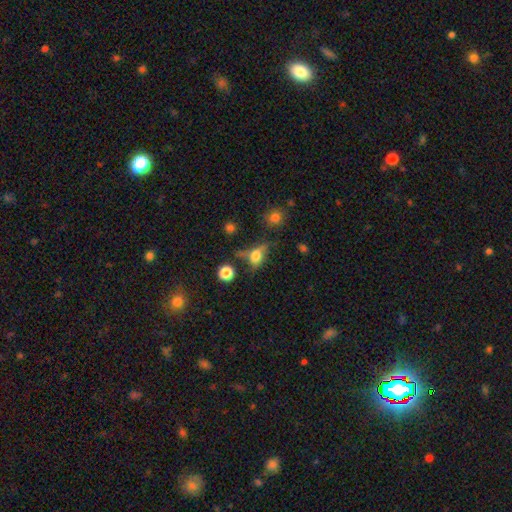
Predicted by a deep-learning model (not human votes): The model was most divided on "merging": none: 48%, minor disturbance: 24%, major disturbance: 18%, merger: 10%. More confident: how rounded — in between (59%); smooth or featured — smooth (58%).